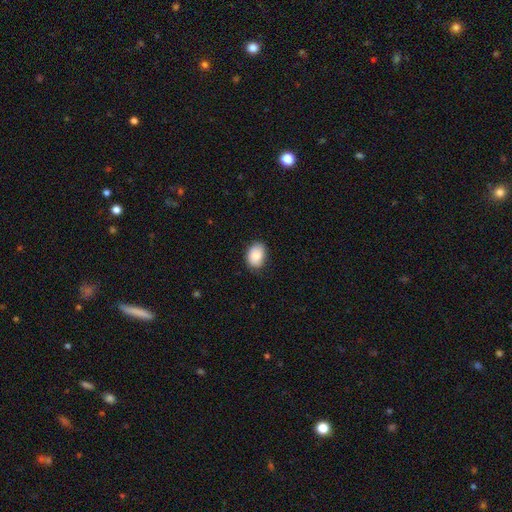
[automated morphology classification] type=smooth (85%); roundness=in between (78%); merging=none (80%).